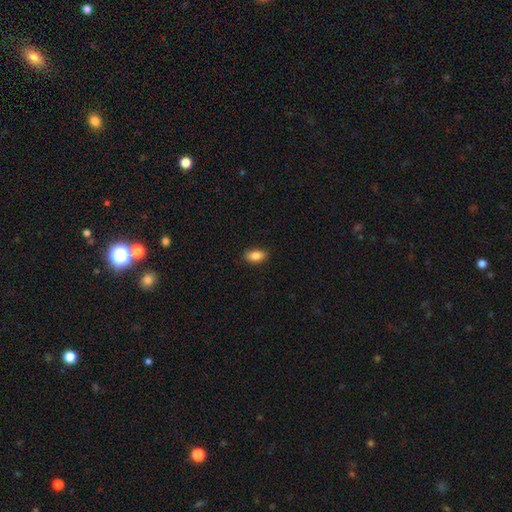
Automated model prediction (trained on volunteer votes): Q: Smooth or featured?
A: smooth (87%); runner-up: star or artifact (8%)
Q: How rounded?
A: in between (90%); runner-up: round (5%)
Q: Merging?
A: none (85%); runner-up: minor disturbance (12%)